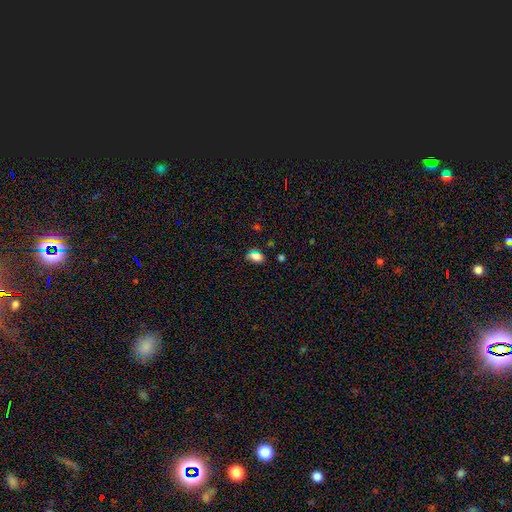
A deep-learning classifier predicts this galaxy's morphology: Q: Smooth or featured?
A: smooth (76%); runner-up: star or artifact (18%)
Q: How rounded?
A: in between (81%); runner-up: round (16%)
Q: Merging?
A: none (73%); runner-up: minor disturbance (18%)